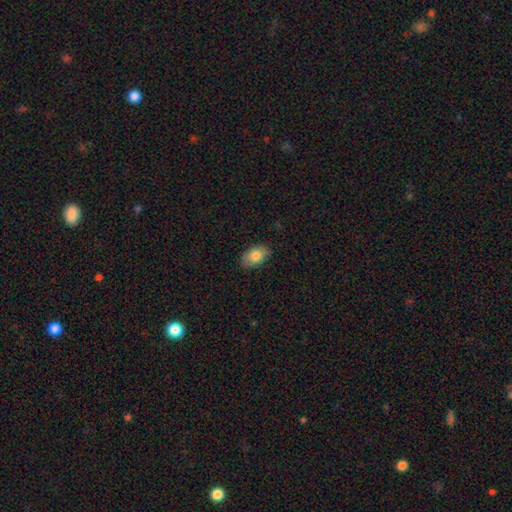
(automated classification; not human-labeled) smooth 80%, featured or disk 13%, star or artifact 7%. Down the decision tree: how rounded — in between (89%); merging — none (84%).